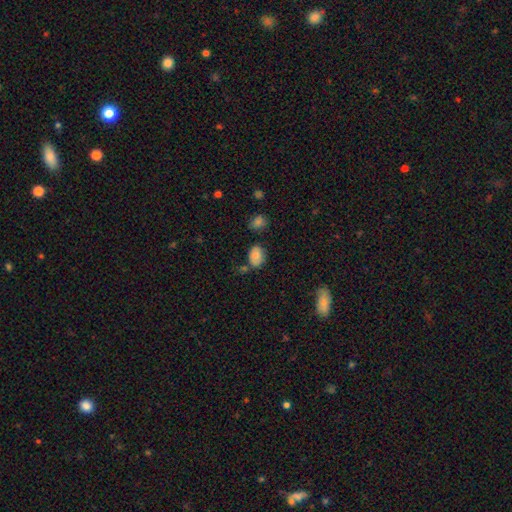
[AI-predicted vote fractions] Smooth or featured: smooth — 75% (featured or disk — 16%)
How rounded: in between — 68% (round — 31%)
Merging: none — 62% (minor disturbance — 23%)